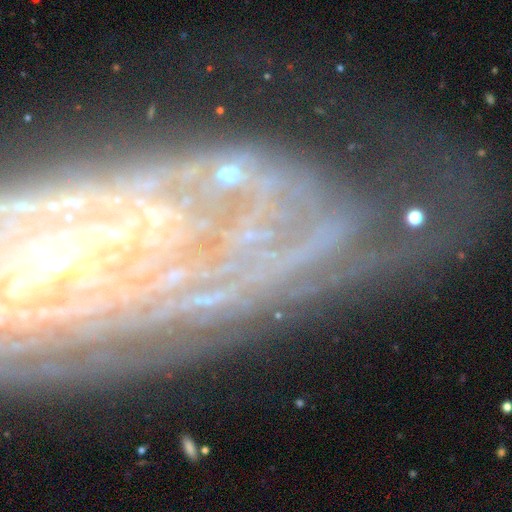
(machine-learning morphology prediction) Q: Smooth or featured?
A: featured or disk (74%); runner-up: star or artifact (15%)
Q: Edge-on disk?
A: no (92%); runner-up: yes (8%)
Q: Bar?
A: no (60%); runner-up: weak (24%)
Q: Spiral arms?
A: yes (83%); runner-up: no (17%)
Q: Spiral winding?
A: tight (68%); runner-up: medium (22%)
Q: Spiral arm count?
A: can't tell (43%); runner-up: 2 (15%)
Q: Bulge size?
A: small (58%); runner-up: moderate (25%)
Q: Merging?
A: none (56%); runner-up: major disturbance (20%)